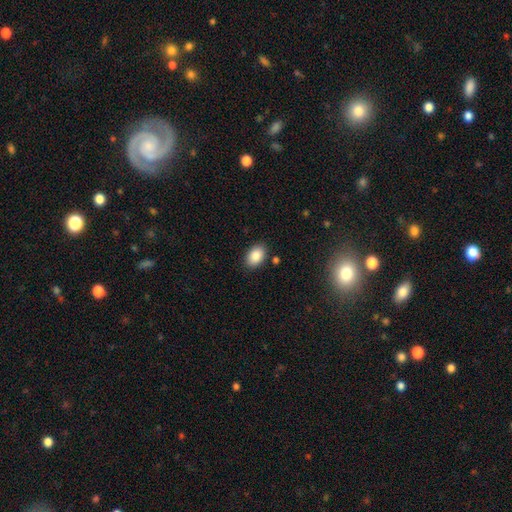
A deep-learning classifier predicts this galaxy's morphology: Smooth or featured? smooth (87%)
How rounded? in between (87%)
Merging? none (86%)